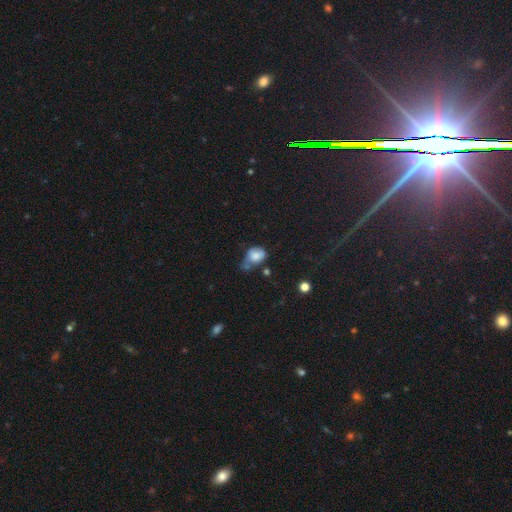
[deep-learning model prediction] Overall: smooth (73%). How rounded: in between (63%; round 36%). Merging: minor disturbance (37%; none 26%).